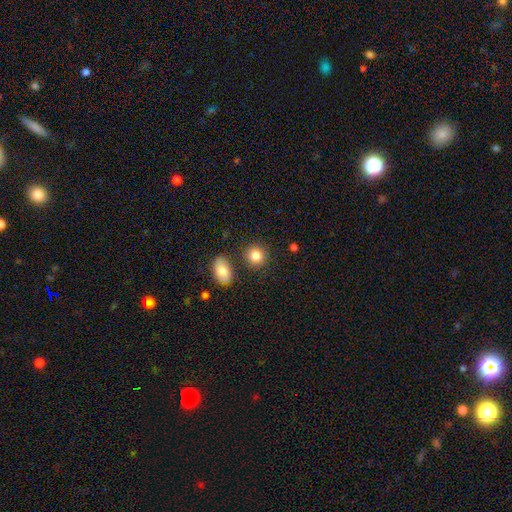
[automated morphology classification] Smooth or featured? smooth (84%)
How rounded? round (83%)
Merging? none (84%)